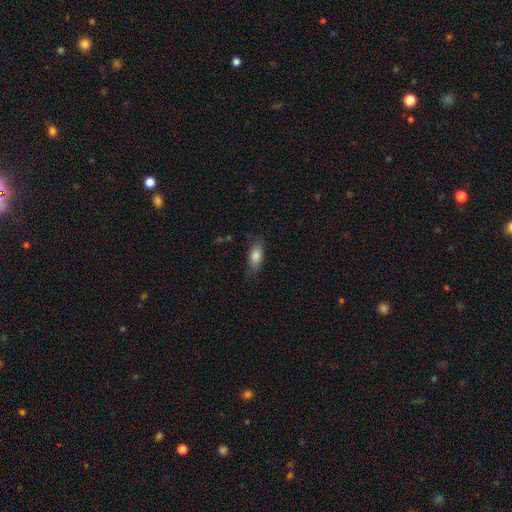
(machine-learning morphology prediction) smooth-or-featured: smooth: 83% | featured or disk: 10% | star or artifact: 7%
  how-rounded: in between: 84% | cigar-shaped: 12% | round: 4%
  merging: none: 75% | minor disturbance: 19% | major disturbance: 5% | merger: 1%